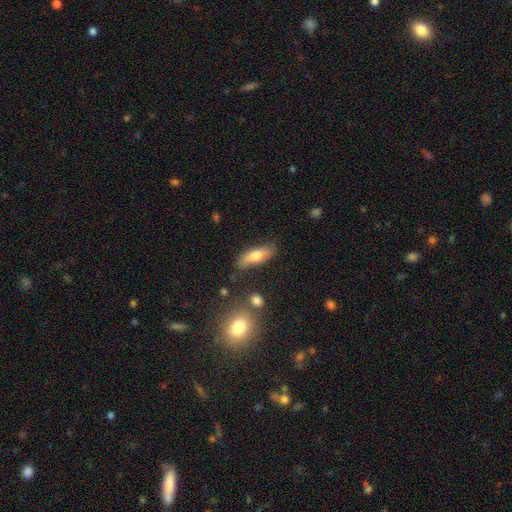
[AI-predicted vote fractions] Morphology: type=smooth (70%); roundness=in between (59%); merging=none (71%).